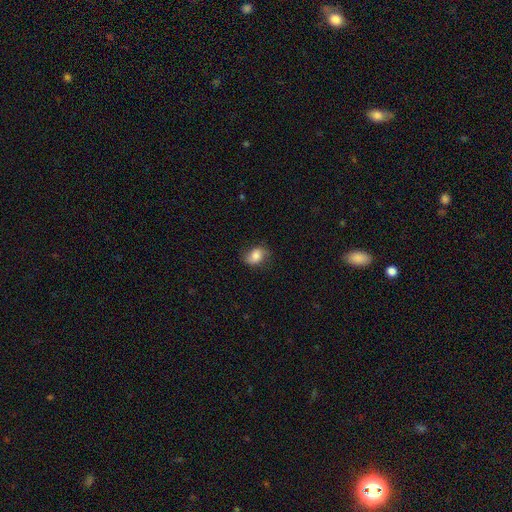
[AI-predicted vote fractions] A smooth galaxy with no disk features (75%) that is in between round and cigar-shaped (74%).

Vote fractions:
- Smooth or featured? smooth: 75% / featured or disk: 16% / star or artifact: 9%
- How rounded? in between: 74% / round: 25% / cigar-shaped: 2%
- Merging? none: 73% / minor disturbance: 20% / major disturbance: 6% / merger: 1%